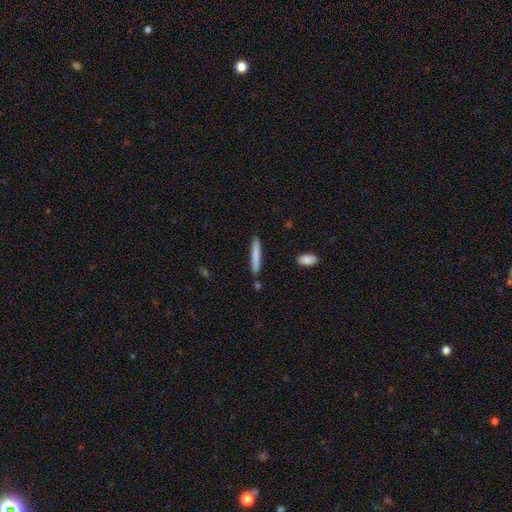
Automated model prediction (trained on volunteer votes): smooth_or_featured: smooth (p=0.79) [alt: featured or disk p=0.15]
how_rounded: cigar-shaped (p=0.94) [alt: in between p=0.04]
merging: none (p=0.87) [alt: minor disturbance p=0.09]